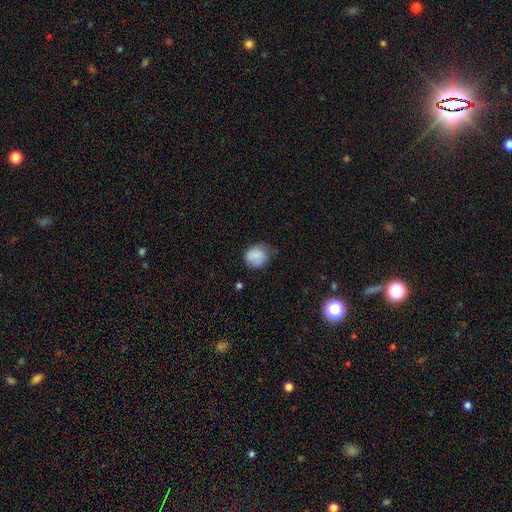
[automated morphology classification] smooth_or_featured: smooth (p=0.83) [alt: featured or disk p=0.09]
how_rounded: round (p=0.76) [alt: in between p=0.23]
merging: none (p=0.59) [alt: minor disturbance p=0.31]